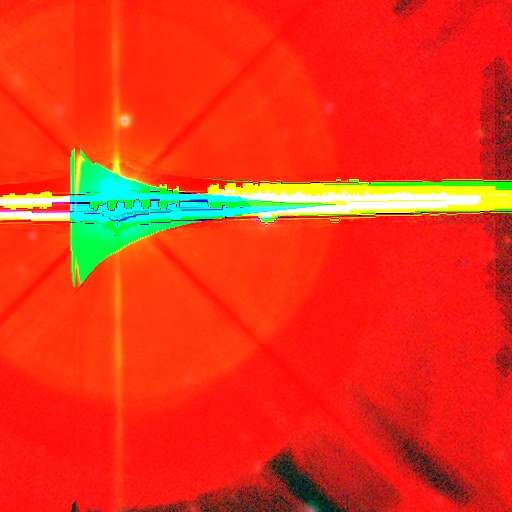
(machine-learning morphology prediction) smooth_or_featured: star or artifact (p=0.89) [alt: featured or disk p=0.07]